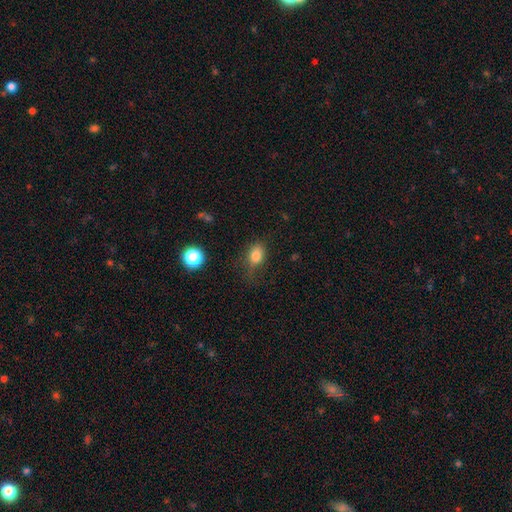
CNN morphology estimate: Overall: smooth (80%). How rounded: in between (69%). Merging: none (56%; minor disturbance 28%).